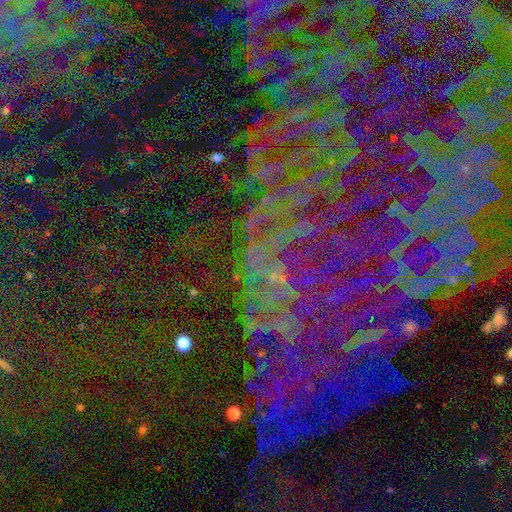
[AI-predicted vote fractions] A star or artifact, not a galaxy (85%).